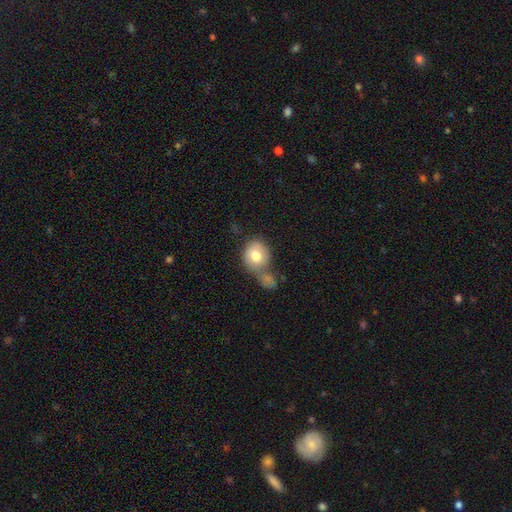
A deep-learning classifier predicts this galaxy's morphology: Smooth or featured? smooth (75%)
How rounded? round (71%)
Merging? merger (43%)